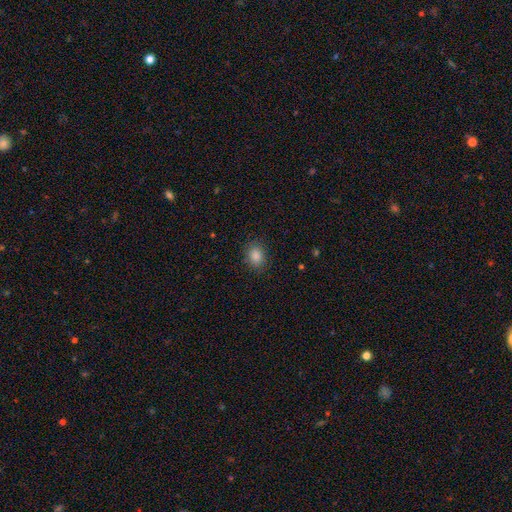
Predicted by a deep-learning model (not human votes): Smooth or featured? smooth (85%)
How rounded? round (54%)
Merging? none (88%)